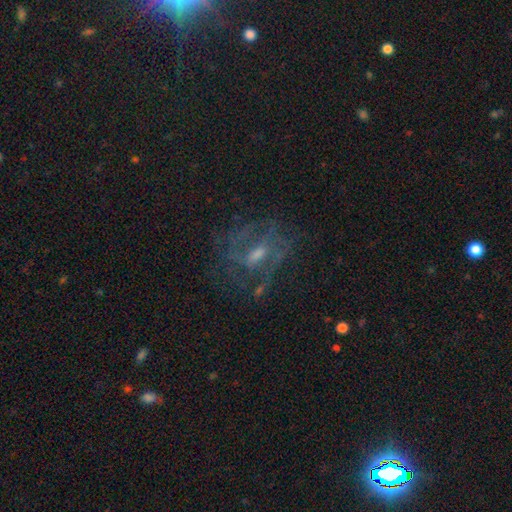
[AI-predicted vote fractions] A featured or disk galaxy (70%) with a weak bar (49%), spiral arms (68%) and a moderate central bulge (46%).

Vote fractions:
- Smooth or featured? featured or disk: 70% / smooth: 16% / star or artifact: 14%
- Edge-on disk? no: 94% / yes: 6%
- Bar? weak: 49% / no: 32% / strong: 19%
- Spiral arms? yes: 68% / no: 32%
- Bulge size? moderate: 46% / small: 36% / none: 12% / large: 6% / dominant: 1%
- Merging? none: 59% / major disturbance: 21% / minor disturbance: 18% / merger: 2%